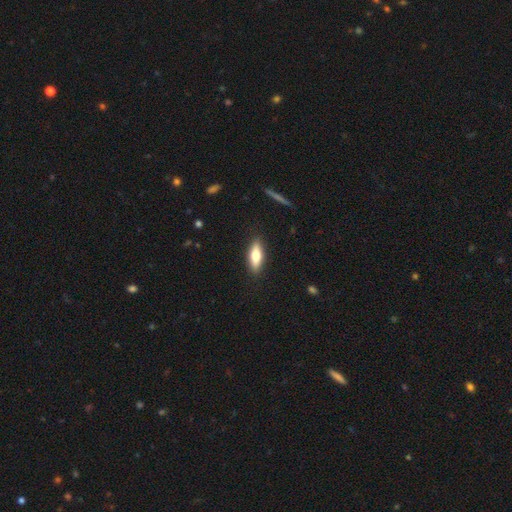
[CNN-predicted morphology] type=smooth (69%); roundness=in between (64%); merging=none (88%).